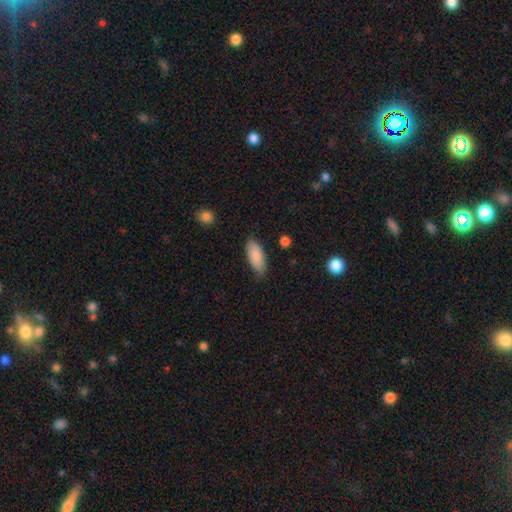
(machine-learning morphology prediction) Smooth or featured? Predicted: smooth (p=0.88). How rounded? Predicted: in between (p=0.84). Merging? Predicted: none (p=0.81).